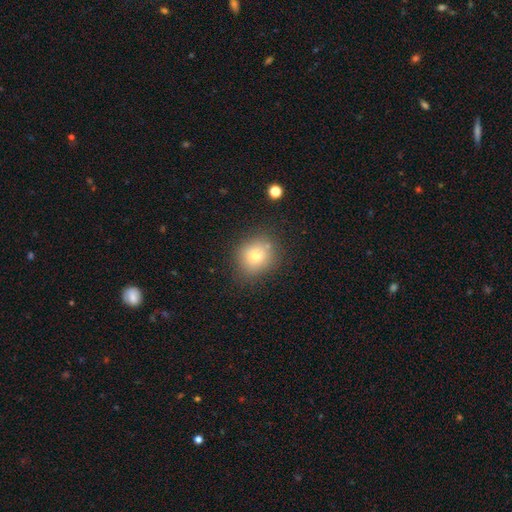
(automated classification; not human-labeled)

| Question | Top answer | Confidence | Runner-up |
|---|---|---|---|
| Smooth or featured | smooth | 74% | star or artifact (13%) |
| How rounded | round | 78% | in between (21%) |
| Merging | none | 80% | minor disturbance (13%) |